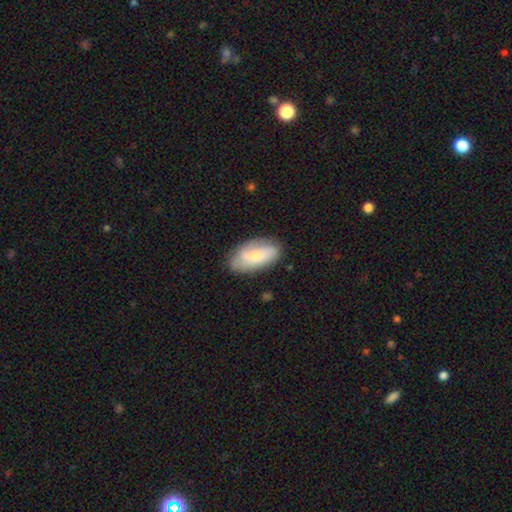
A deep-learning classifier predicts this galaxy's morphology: Smooth or featured: smooth — 61% (featured or disk — 33%)
How rounded: in between — 91% (cigar-shaped — 5%)
Merging: none — 77% (minor disturbance — 18%)